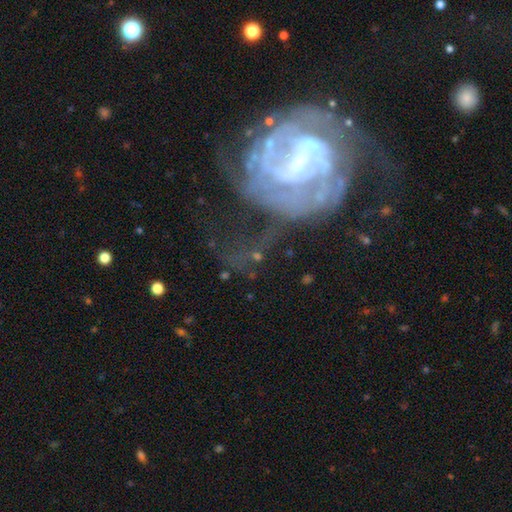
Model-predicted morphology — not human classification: type=featured or disk (76%); edge-on=no (95%); bar=weak (40%); spiral arms=yes (79%); winding=tight (42%); arm count=2 (37%); bulge=small (60%); merging=none (40%).